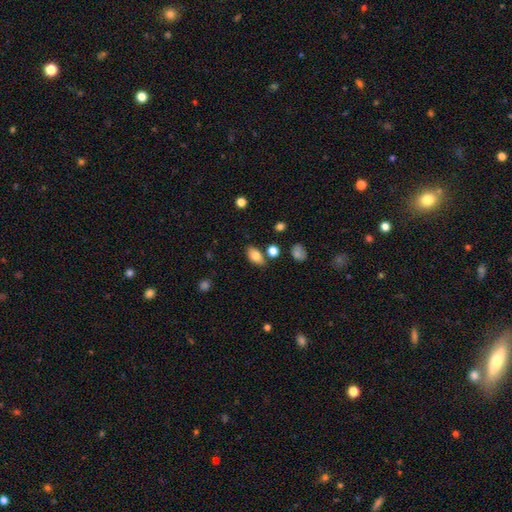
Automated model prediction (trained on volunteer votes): Smooth or featured? smooth (80%)
How rounded? in between (90%)
Merging? none (76%)